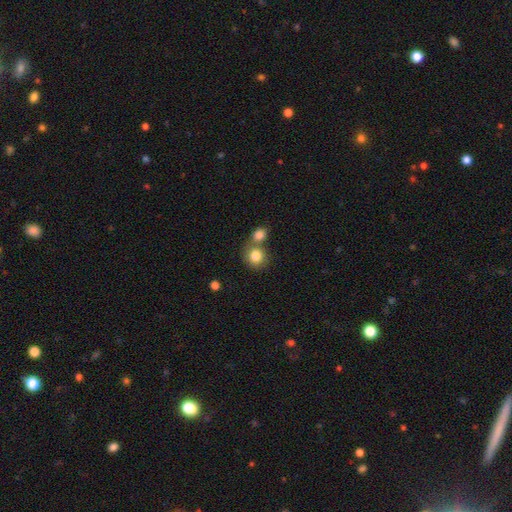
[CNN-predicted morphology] Smooth or featured?
  - smooth: 82% *
  - star or artifact: 9%
  - featured or disk: 8%
How rounded?
  - round: 84% *
  - in between: 15%
  - cigar-shaped: 1%
Merging?
  - none: 46% *
  - merger: 44%
  - minor disturbance: 8%
  - major disturbance: 3%